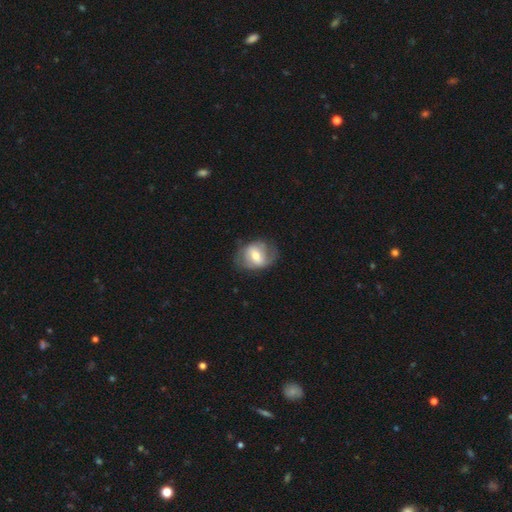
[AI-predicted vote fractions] Q: Smooth or featured?
A: featured or disk (51%); runner-up: smooth (42%)
Q: Edge-on disk?
A: no (94%); runner-up: yes (6%)
Q: Merging?
A: none (65%); runner-up: minor disturbance (22%)